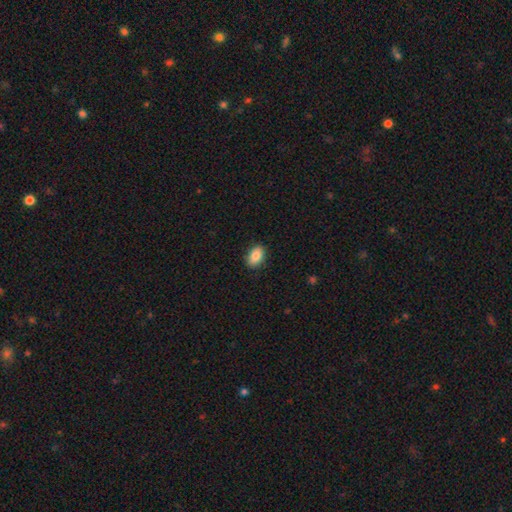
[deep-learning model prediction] Overall: smooth (86%). How rounded: in between (87%). Merging: none (88%).